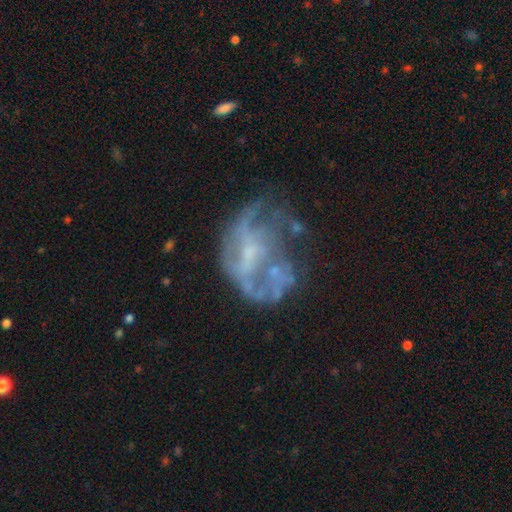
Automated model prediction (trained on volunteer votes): Overall: featured or disk (68%). Edge-on disk: no (97%). Bar: no (65%; weak 28%). Spiral arms: no (59%; yes 41%). Bulge size: small (46%; none 34%). Merging: none (37%; major disturbance 34%).